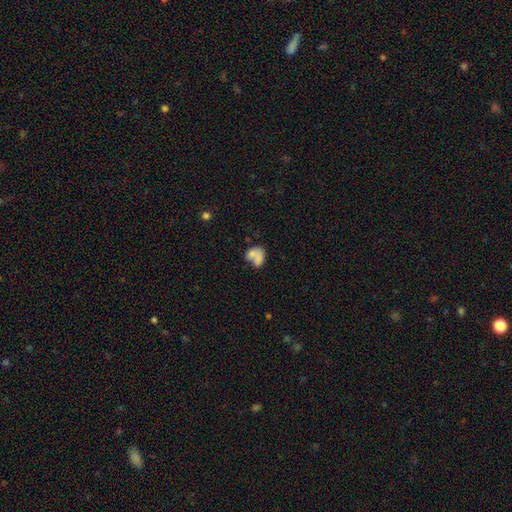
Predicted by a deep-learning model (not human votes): This appears to be a smooth galaxy with no disk features (69%) that is in between round and cigar-shaped (68%). Merging: merger (53%).